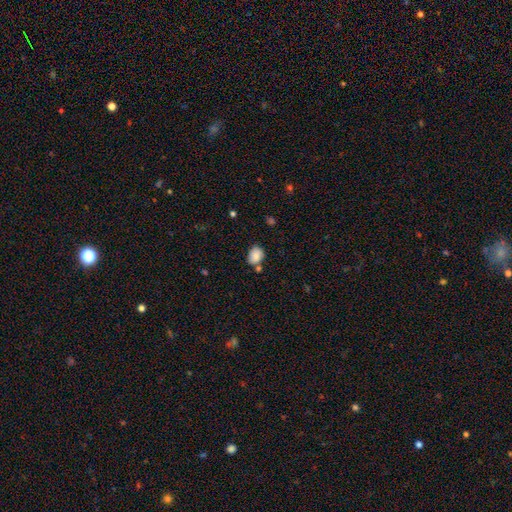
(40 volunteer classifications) smooth-or-featured: smooth: 92% | featured or disk: 5% | star or artifact: 2%
  how-rounded: round: 62% | in between: 38% | cigar-shaped: 0%
  merging: none: 62% | minor disturbance: 26% | merger: 10% | major disturbance: 3%